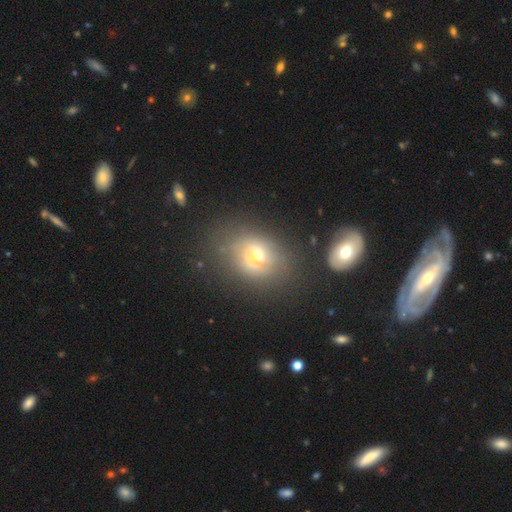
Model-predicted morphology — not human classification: Overall: smooth (53%; featured or disk 33%). How rounded: in between (56%; round 42%). Merging: none (56%; minor disturbance 23%).